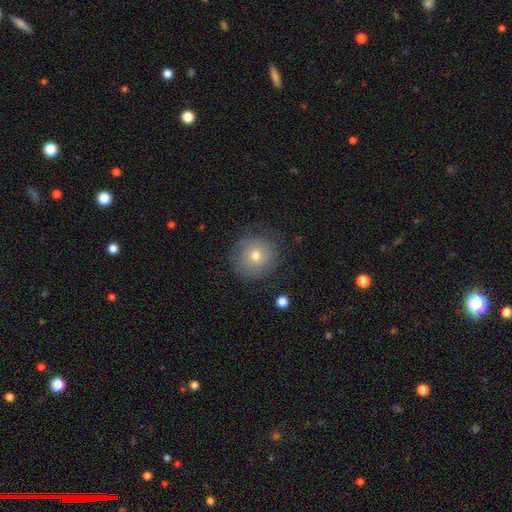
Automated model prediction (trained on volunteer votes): smooth-or-featured: smooth: 63% | featured or disk: 25% | star or artifact: 12%
  how-rounded: round: 93% | in between: 7% | cigar-shaped: 1%
  merging: none: 79% | minor disturbance: 14% | major disturbance: 5% | merger: 1%